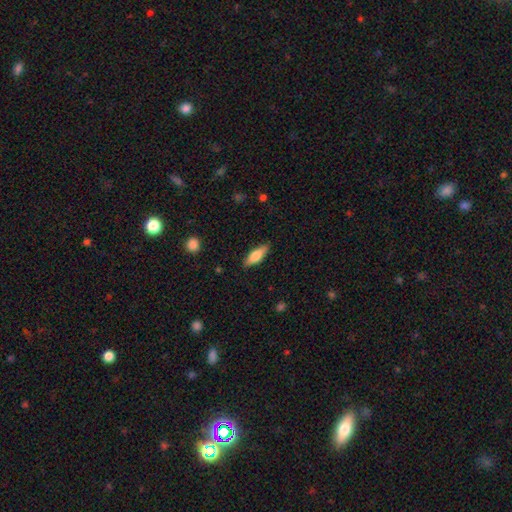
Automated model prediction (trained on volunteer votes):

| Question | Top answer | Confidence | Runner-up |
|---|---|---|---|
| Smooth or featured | smooth | 69% | featured or disk (25%) |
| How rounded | in between | 58% | cigar-shaped (40%) |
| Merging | none | 87% | minor disturbance (10%) |